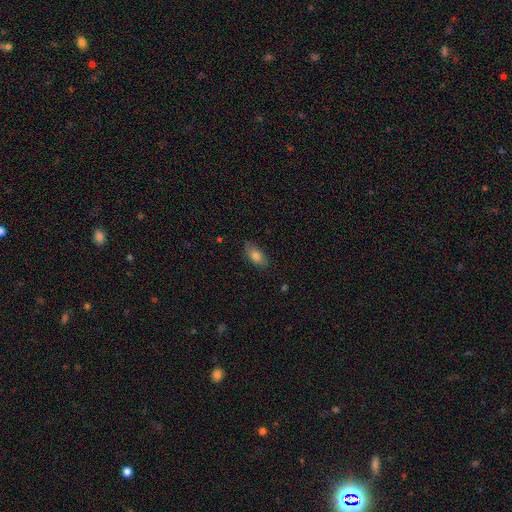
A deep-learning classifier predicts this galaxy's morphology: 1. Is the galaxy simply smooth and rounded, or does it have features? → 81% smooth, 11% featured or disk, 8% star or artifact.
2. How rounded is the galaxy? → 89% in between, 7% cigar-shaped, 4% round.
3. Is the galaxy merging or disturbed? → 83% none, 13% minor disturbance, 3% major disturbance, 1% merger.